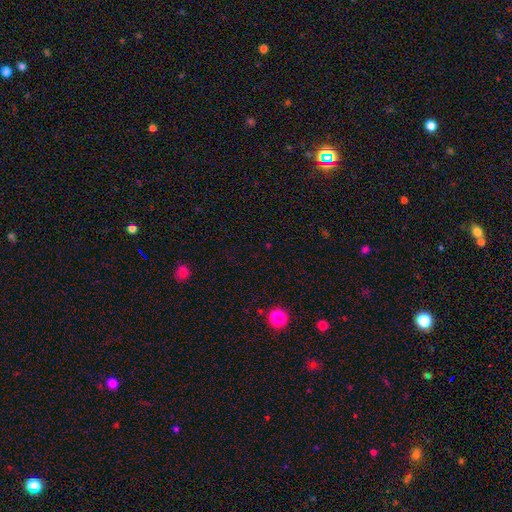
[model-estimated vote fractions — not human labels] smooth-or-featured: star or artifact: 60% | smooth: 33% | featured or disk: 7%